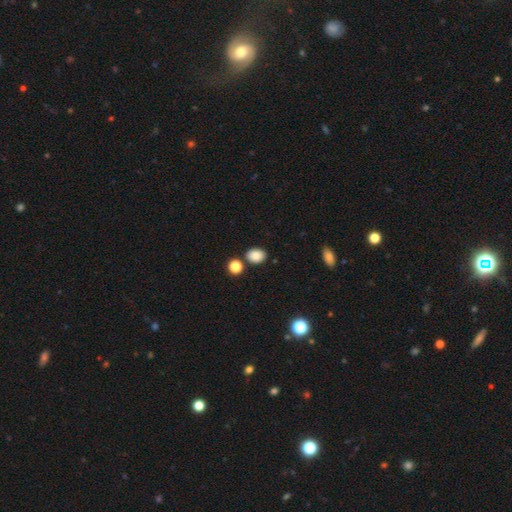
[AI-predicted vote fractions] A smooth galaxy with no disk features (85%) that is in between round and cigar-shaped (71%).

Vote fractions:
- Smooth or featured? smooth: 85% / star or artifact: 10% / featured or disk: 5%
- How rounded? in between: 71% / round: 28% / cigar-shaped: 1%
- Merging? none: 80% / minor disturbance: 10% / merger: 8% / major disturbance: 3%